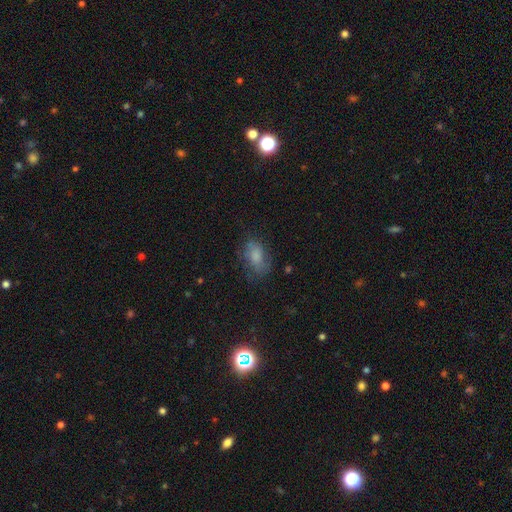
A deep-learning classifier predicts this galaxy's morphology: smooth_or_featured: smooth (p=0.67) [alt: featured or disk p=0.22]
how_rounded: in between (p=0.86) [alt: round p=0.11]
merging: none (p=0.56) [alt: minor disturbance p=0.26]